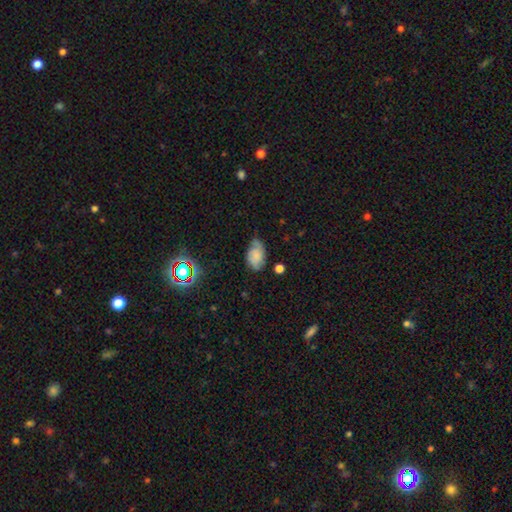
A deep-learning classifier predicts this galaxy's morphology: Smooth or featured? Predicted: smooth (p=0.56). How rounded? Predicted: in between (p=0.89). Merging? Predicted: none (p=0.55).